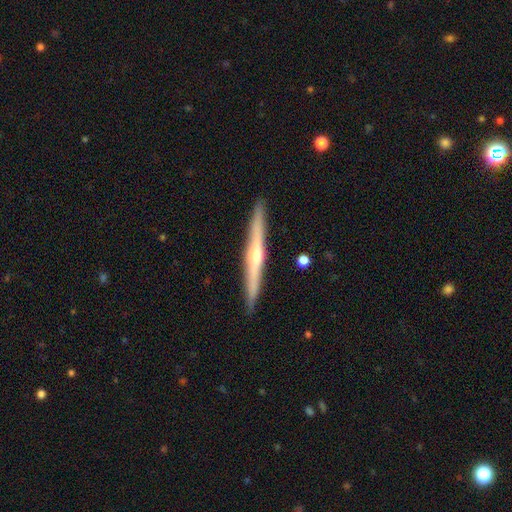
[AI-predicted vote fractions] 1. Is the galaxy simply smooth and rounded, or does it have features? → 70% featured or disk, 24% smooth, 5% star or artifact.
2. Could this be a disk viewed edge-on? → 98% yes, 2% no.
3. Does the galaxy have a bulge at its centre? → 75% rounded, 19% none, 6% boxy.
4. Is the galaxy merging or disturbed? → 92% none, 6% minor disturbance, 1% major disturbance, 1% merger.